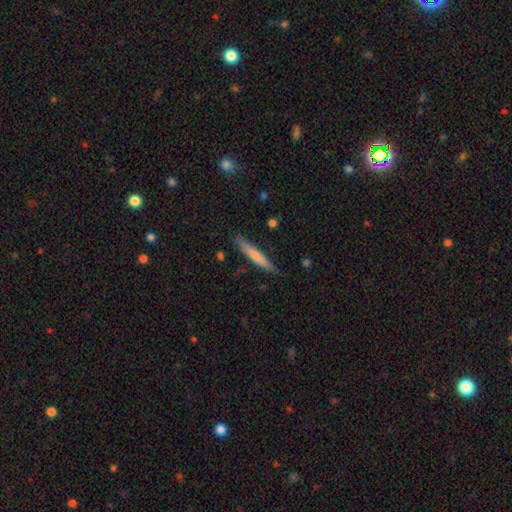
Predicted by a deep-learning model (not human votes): Q: Smooth or featured?
A: smooth (67%); runner-up: featured or disk (27%)
Q: How rounded?
A: cigar-shaped (94%); runner-up: in between (4%)
Q: Merging?
A: none (86%); runner-up: minor disturbance (10%)